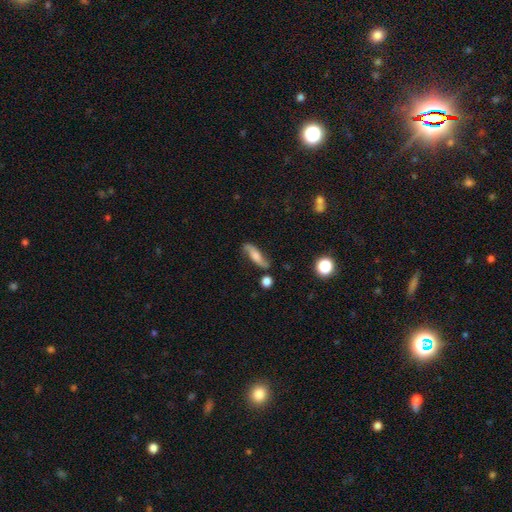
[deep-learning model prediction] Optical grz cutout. It shows a featured or disk galaxy (49%). Merging: none (71%).